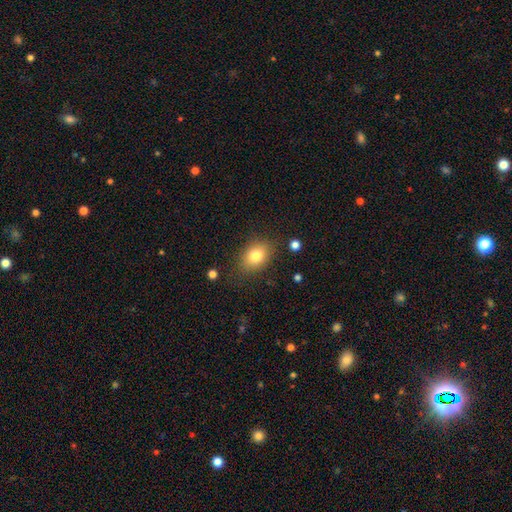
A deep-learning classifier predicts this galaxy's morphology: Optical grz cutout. It shows a smooth galaxy with no disk features (80%) that is in between round and cigar-shaped (76%). Merging: none (80%).